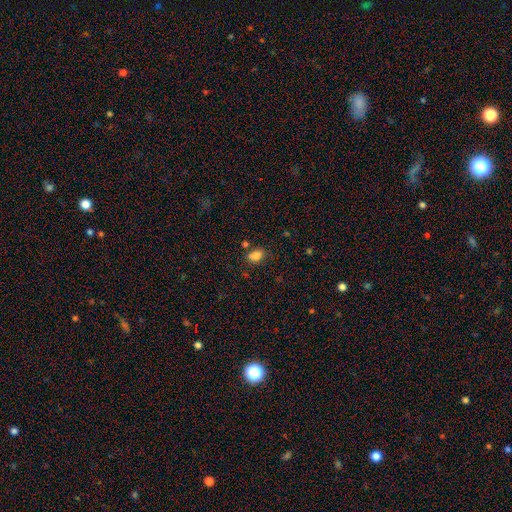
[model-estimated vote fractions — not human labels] Smooth or featured: smooth — 83% (star or artifact — 11%)
How rounded: in between — 80% (round — 19%)
Merging: none — 68% (minor disturbance — 17%)